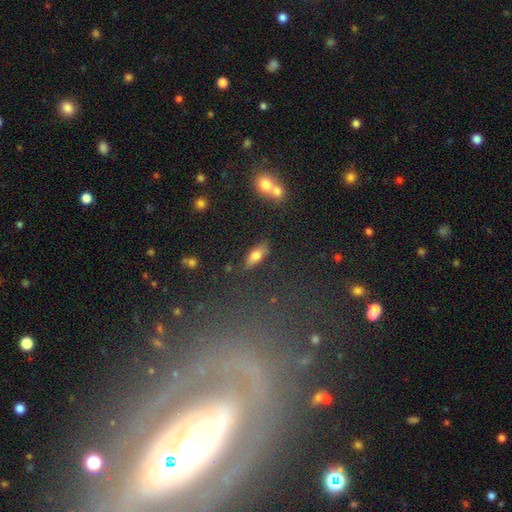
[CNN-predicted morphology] Overall: smooth (74%). How rounded: in between (78%). Merging: none (81%).